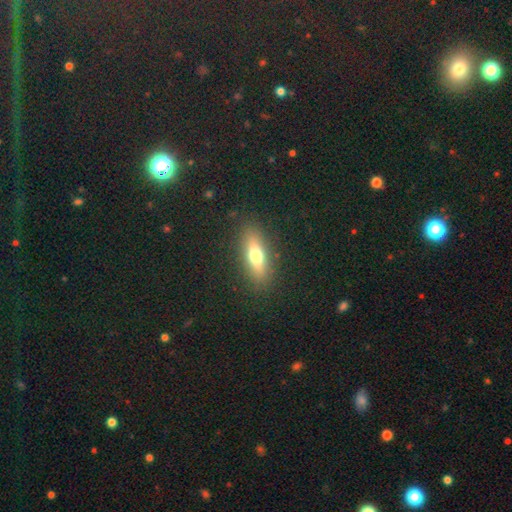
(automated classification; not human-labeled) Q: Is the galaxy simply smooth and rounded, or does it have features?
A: smooth — 63%.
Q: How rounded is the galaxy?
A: in between — 53%.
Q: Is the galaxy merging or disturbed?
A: none — 87%.